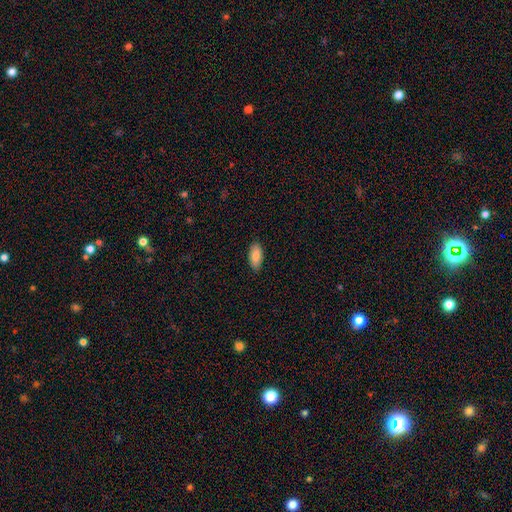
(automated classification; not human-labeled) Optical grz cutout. It shows a smooth galaxy with no disk features (84%) that is in between round and cigar-shaped (88%). Merging: none (86%).